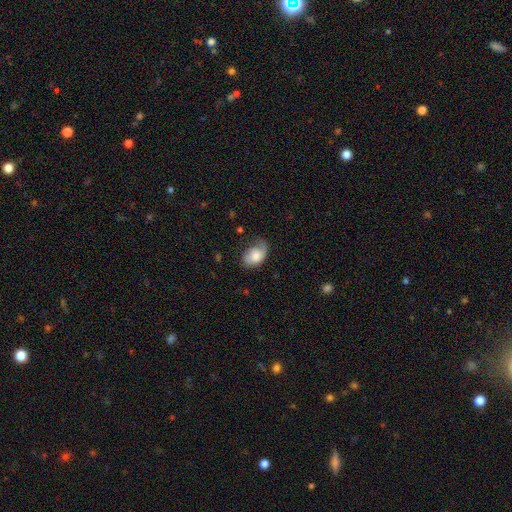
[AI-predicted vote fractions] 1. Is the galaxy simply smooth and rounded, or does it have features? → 65% smooth, 28% featured or disk, 7% star or artifact.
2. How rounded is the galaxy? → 86% in between, 13% round, 1% cigar-shaped.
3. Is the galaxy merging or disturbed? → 45% none, 34% minor disturbance, 19% major disturbance, 2% merger.